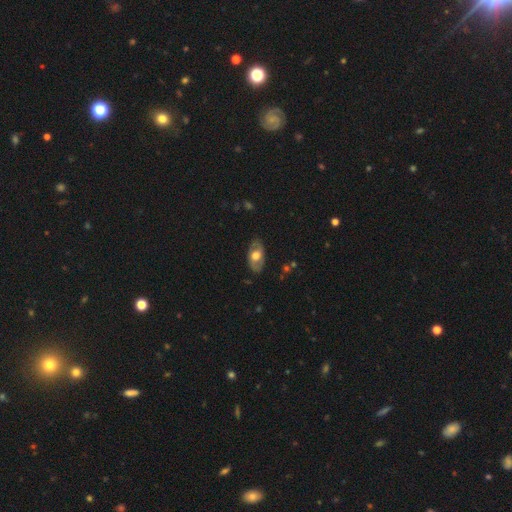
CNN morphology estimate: smooth-or-featured: featured or disk: 48% | smooth: 46% | star or artifact: 6%
  merging: none: 80% | minor disturbance: 15% | major disturbance: 4% | merger: 1%